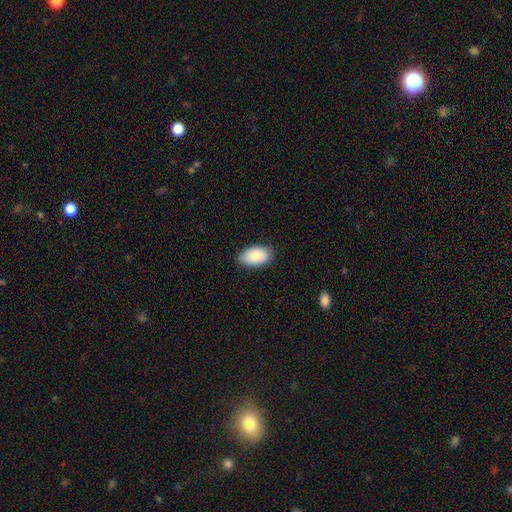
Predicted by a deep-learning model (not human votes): smooth-or-featured: smooth: 80% | featured or disk: 13% | star or artifact: 7%
  how-rounded: in between: 94% | round: 5% | cigar-shaped: 1%
  merging: none: 83% | minor disturbance: 14% | major disturbance: 2% | merger: 1%